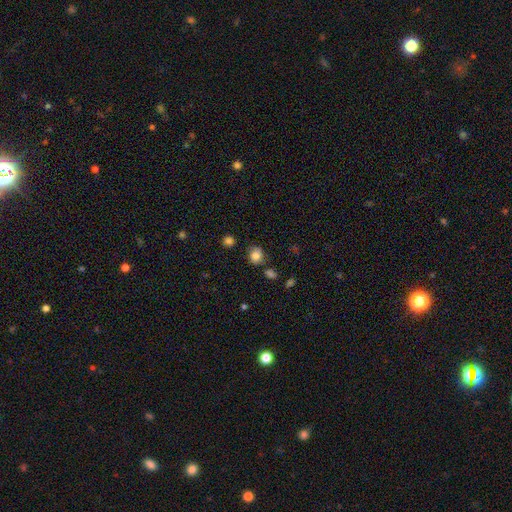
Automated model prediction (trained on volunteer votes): smooth-or-featured: smooth: 83% | star or artifact: 11% | featured or disk: 6%
  how-rounded: round: 68% | in between: 31% | cigar-shaped: 1%
  merging: none: 78% | minor disturbance: 14% | merger: 5% | major disturbance: 4%